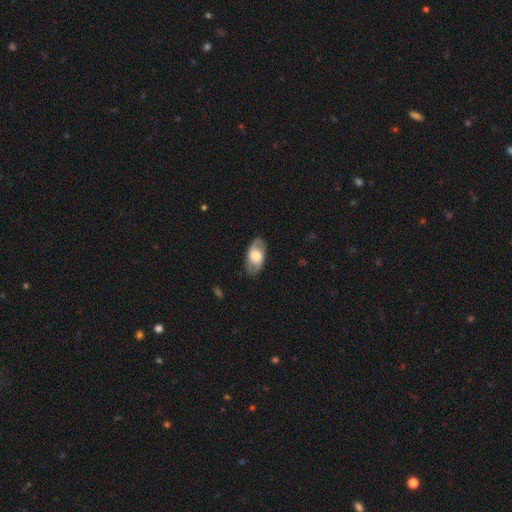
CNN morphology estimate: The model was most divided on "smooth or featured": smooth: 50%, featured or disk: 44%, star or artifact: 6%. More confident: how rounded — in between (93%); merging — none (81%).